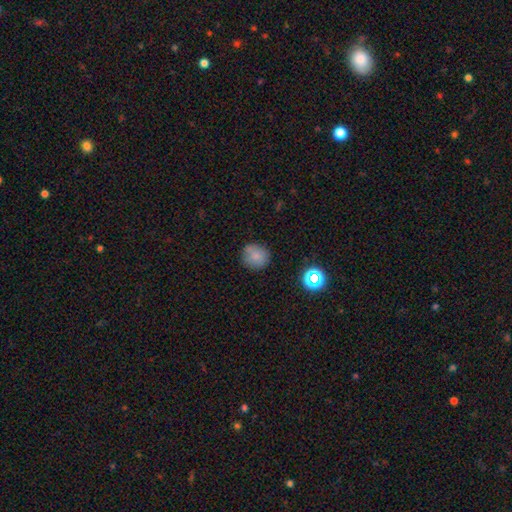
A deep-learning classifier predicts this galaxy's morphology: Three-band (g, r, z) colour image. It shows a smooth galaxy with no disk features (80%) that is round (90%). Merging: none (80%).